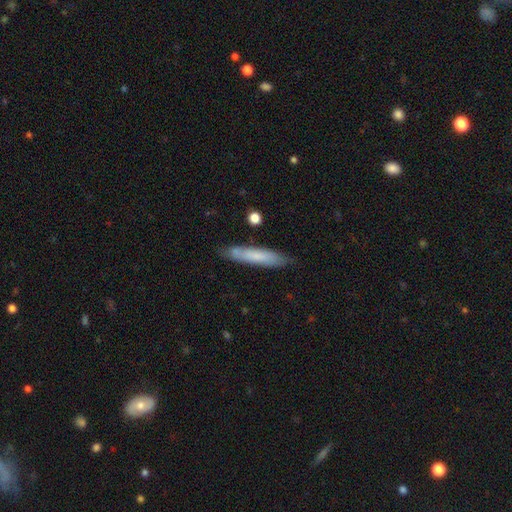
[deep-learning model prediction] Overall: smooth (66%; featured or disk 28%). How rounded: cigar-shaped (89%). Merging: none (80%).